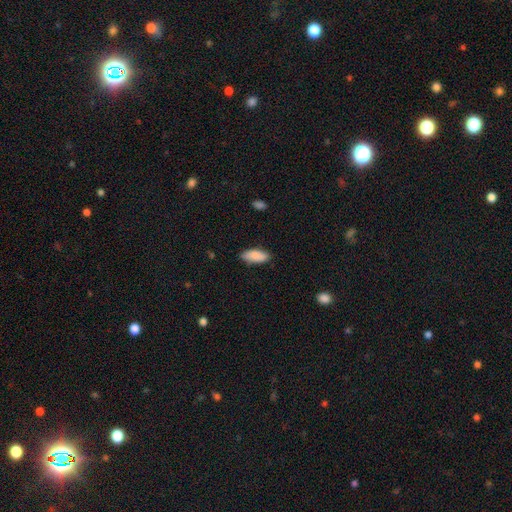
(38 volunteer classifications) Smooth or featured? smooth (92%)
How rounded? in between (89%)
Merging? none (87%)